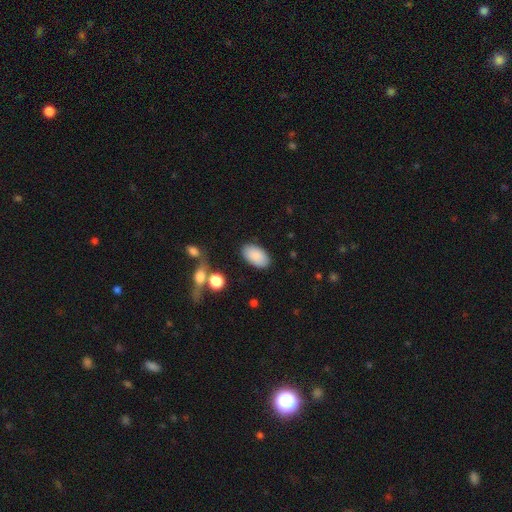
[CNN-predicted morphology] type=smooth (88%); roundness=in between (95%); merging=none (86%).